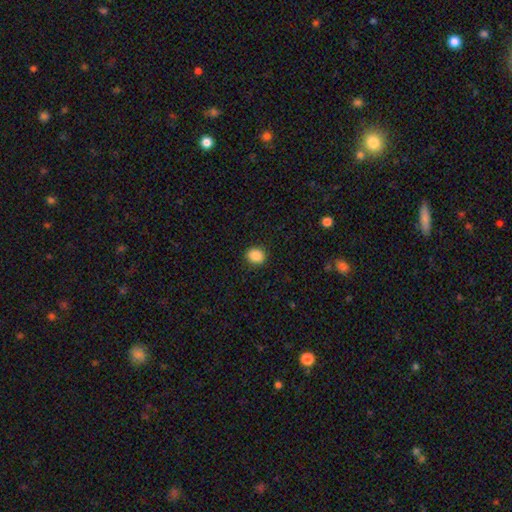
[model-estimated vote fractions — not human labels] This appears to be a smooth galaxy with no disk features (88%) that is round (68%). Merging: none (90%).